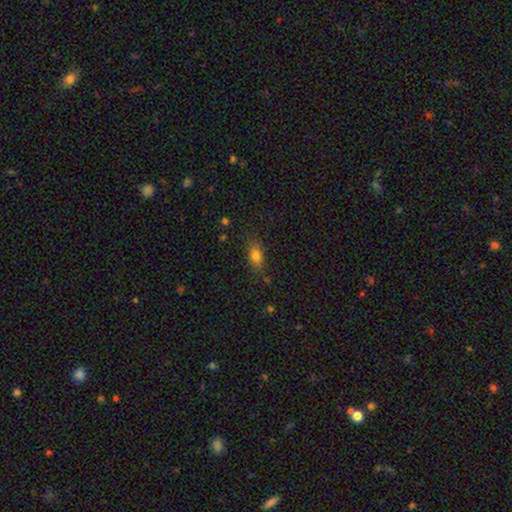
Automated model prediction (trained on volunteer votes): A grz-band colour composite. It shows a smooth galaxy with no disk features (78%) that is in between round and cigar-shaped (80%). Merging: none (77%).